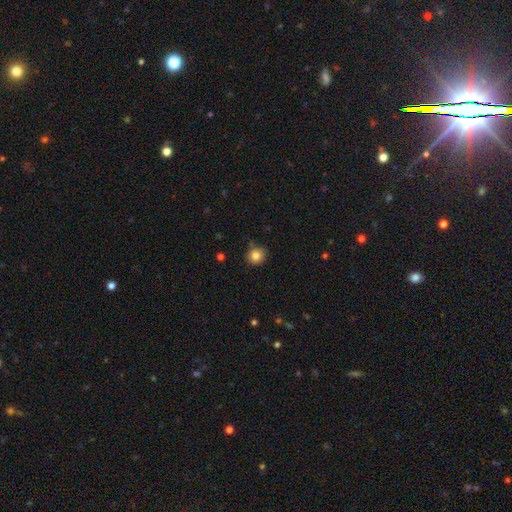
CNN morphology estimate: This is clearly a smooth galaxy (82%). How rounded: likely round (80%). Merging: clearly none (84%).